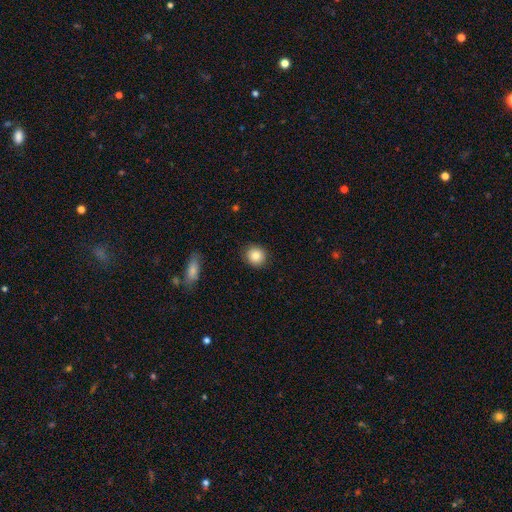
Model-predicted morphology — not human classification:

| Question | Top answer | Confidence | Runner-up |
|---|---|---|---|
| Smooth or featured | smooth | 84% | star or artifact (9%) |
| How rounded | round | 88% | in between (11%) |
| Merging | none | 90% | minor disturbance (7%) |